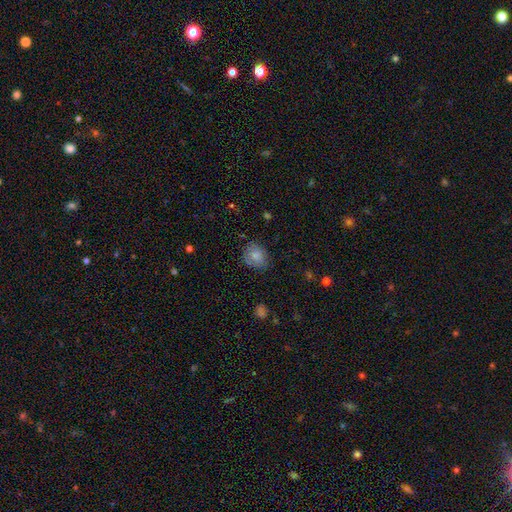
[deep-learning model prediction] The model was most divided on "how rounded": round: 63%, in between: 36%, cigar-shaped: 1%. More confident: smooth or featured — smooth (80%); merging — none (75%).